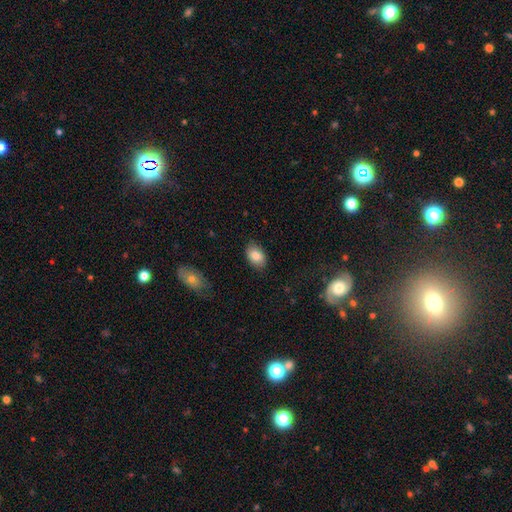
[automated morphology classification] smooth_or_featured: smooth (p=0.84) [alt: featured or disk p=0.09]
how_rounded: in between (p=0.85) [alt: round p=0.14]
merging: none (p=0.84) [alt: minor disturbance p=0.12]